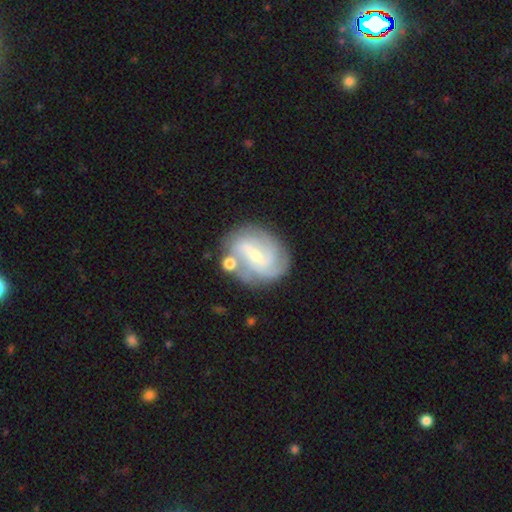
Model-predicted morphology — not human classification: Q: Smooth or featured?
A: featured or disk (80%); runner-up: smooth (14%)
Q: Edge-on disk?
A: no (97%); runner-up: yes (3%)
Q: Bar?
A: weak (50%); runner-up: strong (28%)
Q: Spiral arms?
A: yes (92%); runner-up: no (8%)
Q: Spiral winding?
A: tight (43%); runner-up: medium (40%)
Q: Spiral arm count?
A: 3 (29%); runner-up: 2 (25%)
Q: Bulge size?
A: small (63%); runner-up: moderate (32%)
Q: Merging?
A: none (67%); runner-up: minor disturbance (16%)